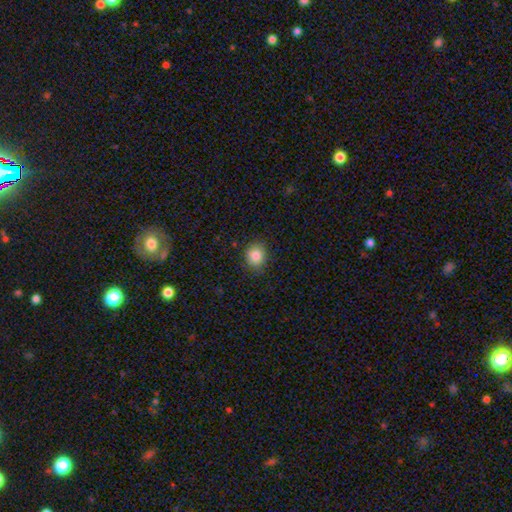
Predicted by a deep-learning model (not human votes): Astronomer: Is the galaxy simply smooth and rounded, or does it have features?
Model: smooth — 85%.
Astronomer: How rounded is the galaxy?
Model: round — 71%.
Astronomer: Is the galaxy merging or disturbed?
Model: none — 84%.